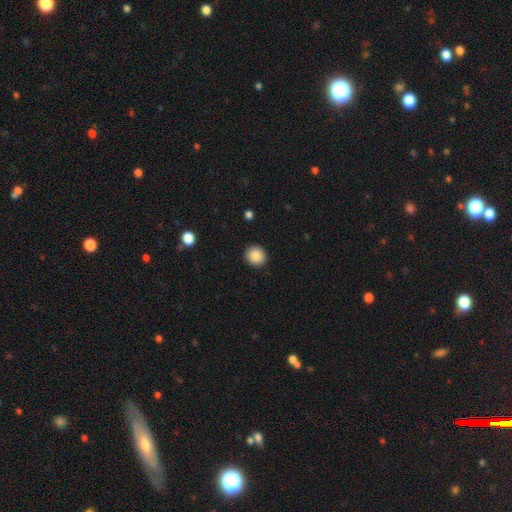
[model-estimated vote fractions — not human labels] smooth_or_featured: smooth (p=0.87) [alt: star or artifact p=0.08]
how_rounded: round (p=0.91) [alt: in between p=0.08]
merging: none (p=0.93) [alt: minor disturbance p=0.05]